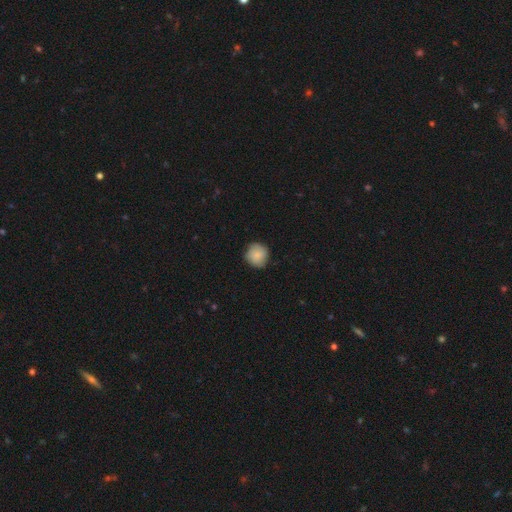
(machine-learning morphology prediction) A smooth galaxy with no disk features (86%) that is round (91%).

Vote fractions:
- Smooth or featured? smooth: 86% / featured or disk: 7% / star or artifact: 7%
- How rounded? round: 91% / in between: 8% / cigar-shaped: 1%
- Merging? none: 83% / minor disturbance: 13% / major disturbance: 3% / merger: 1%